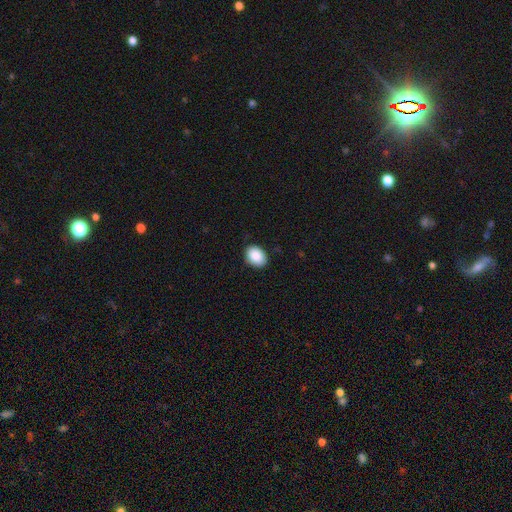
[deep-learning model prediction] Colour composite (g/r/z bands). It shows a smooth galaxy with no disk features (90%) that is in between round and cigar-shaped (76%). Merging: none (87%).